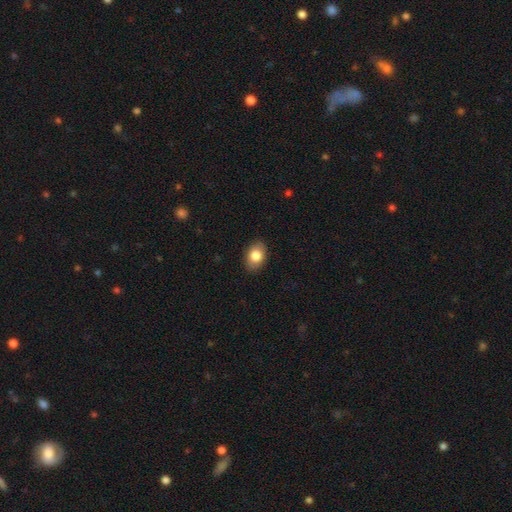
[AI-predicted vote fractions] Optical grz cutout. It shows a smooth galaxy with no disk features (82%) that is in between round and cigar-shaped (83%). Merging: none (88%).